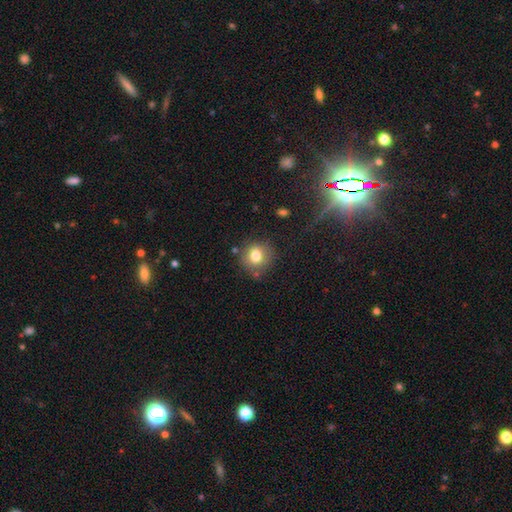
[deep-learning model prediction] This appears to be a smooth galaxy with no disk features (79%) that is round (86%). Merging: none (78%).